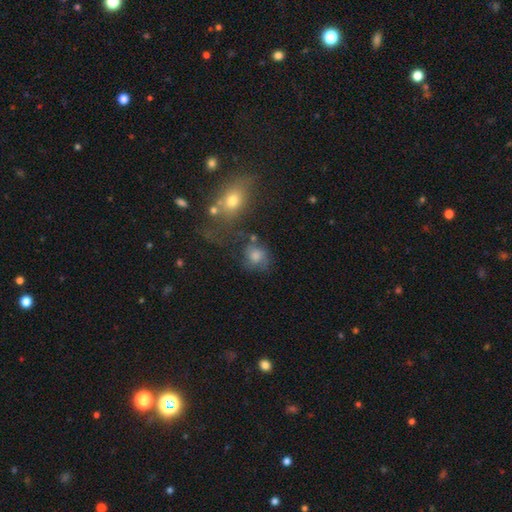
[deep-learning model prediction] The model was most divided on "merging": none: 47%, minor disturbance: 23%, major disturbance: 18%, merger: 12%. More confident: how rounded — round (65%); smooth or featured — smooth (63%).